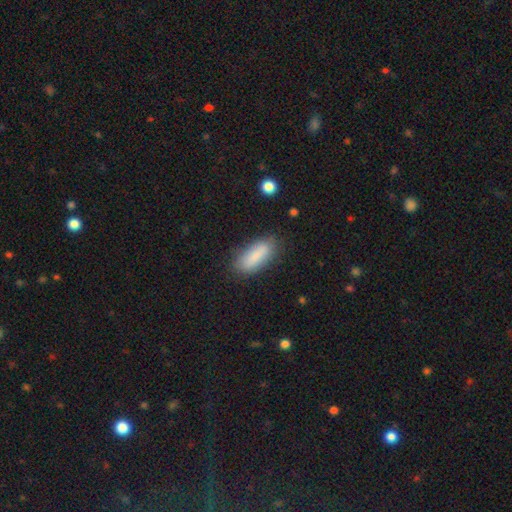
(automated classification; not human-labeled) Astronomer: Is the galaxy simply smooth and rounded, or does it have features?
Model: smooth — 83%.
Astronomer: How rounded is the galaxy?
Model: in between — 65%.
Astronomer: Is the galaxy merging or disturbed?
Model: none — 80%.